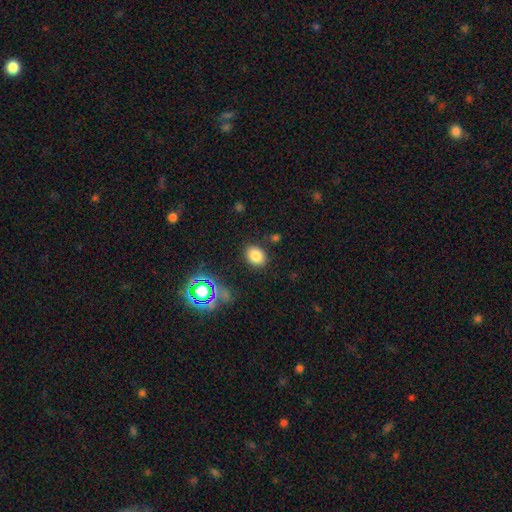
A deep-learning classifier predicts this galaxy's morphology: smooth_or_featured: smooth (p=0.80) [alt: star or artifact p=0.13]
how_rounded: in between (p=0.53) [alt: round p=0.46]
merging: none (p=0.84) [alt: minor disturbance p=0.10]